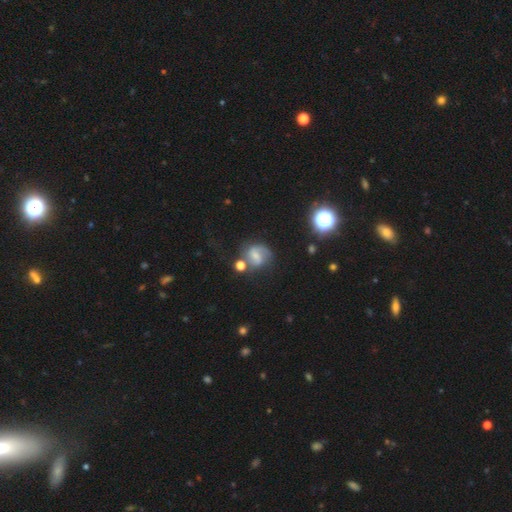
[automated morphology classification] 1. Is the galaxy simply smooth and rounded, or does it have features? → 64% featured or disk, 25% smooth, 11% star or artifact.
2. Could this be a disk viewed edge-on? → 97% no, 3% yes.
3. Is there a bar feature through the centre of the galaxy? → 49% weak, 27% no, 24% strong.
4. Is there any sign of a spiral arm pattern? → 90% yes, 10% no.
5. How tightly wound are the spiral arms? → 48% medium, 31% loose, 21% tight.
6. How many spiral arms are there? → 76% 2, 13% 1, 7% can't tell, 1% 3, 1% 4, 1% more than 4.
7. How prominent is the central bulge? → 45% small, 31% moderate, 18% none, 4% large, 2% dominant.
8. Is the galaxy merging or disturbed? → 60% none, 18% minor disturbance, 13% merger, 10% major disturbance.